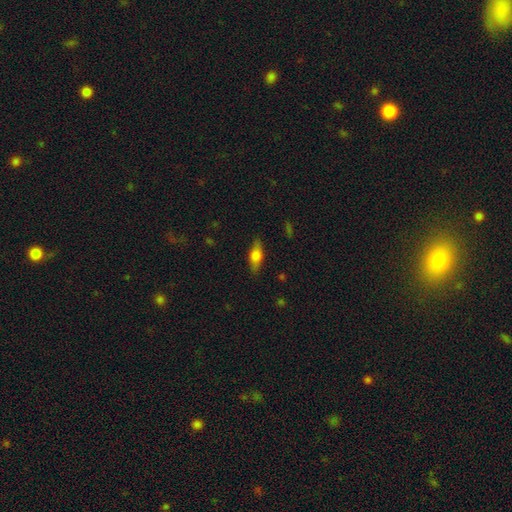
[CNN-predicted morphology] Smooth or featured? smooth (64%)
How rounded? in between (69%)
Merging? none (84%)